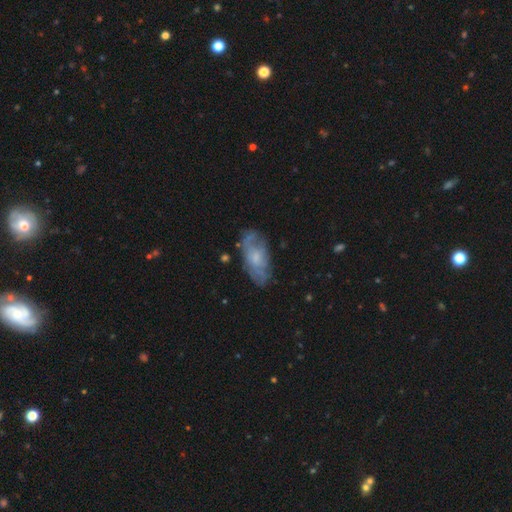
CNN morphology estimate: featured or disk 52%, smooth 40%, star or artifact 8%. Down the decision tree: edge-on disk — no (87%); merging — none (68%).